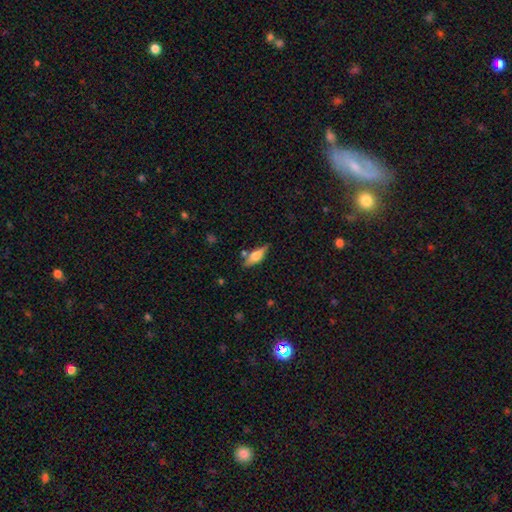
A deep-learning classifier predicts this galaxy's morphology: Smooth or featured?
  - smooth: 57% *
  - featured or disk: 36%
  - star or artifact: 7%
How rounded?
  - in between: 57% *
  - cigar-shaped: 40%
  - round: 3%
Merging?
  - none: 73% *
  - minor disturbance: 16%
  - merger: 7%
  - major disturbance: 4%